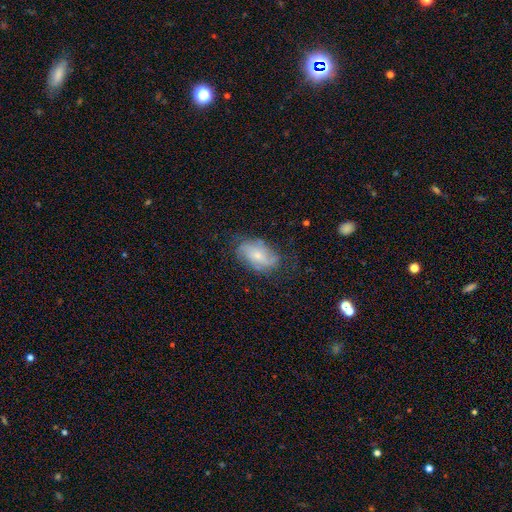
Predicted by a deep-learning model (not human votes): A featured or disk galaxy (53%).

Vote fractions:
- Smooth or featured? featured or disk: 53% / smooth: 32% / star or artifact: 15%
- Edge-on disk? no: 94% / yes: 6%
- Merging? none: 71% / minor disturbance: 21% / major disturbance: 7% / merger: 1%